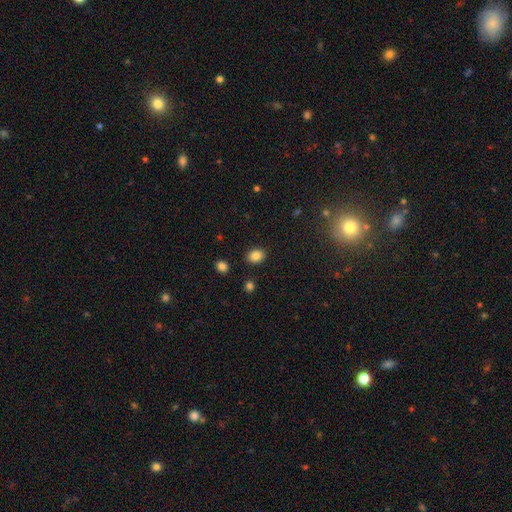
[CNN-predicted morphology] A smooth galaxy with no disk features (85%) that is in between round and cigar-shaped (61%).

Vote fractions:
- Smooth or featured? smooth: 85% / star or artifact: 10% / featured or disk: 5%
- How rounded? in between: 61% / round: 38% / cigar-shaped: 1%
- Merging? none: 87% / minor disturbance: 8% / major disturbance: 2% / merger: 2%